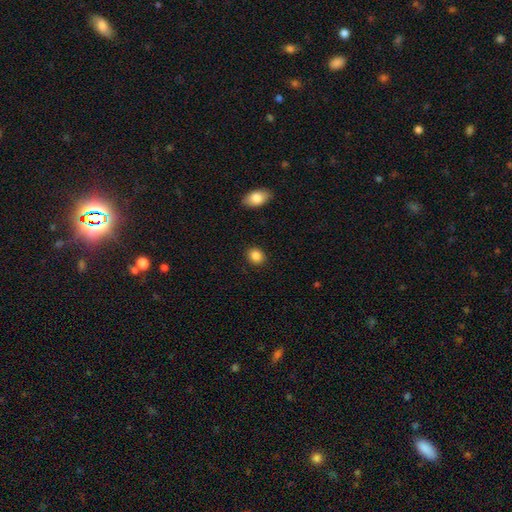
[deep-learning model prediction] Morphology: type=smooth (86%); roundness=round (62%); merging=none (90%).